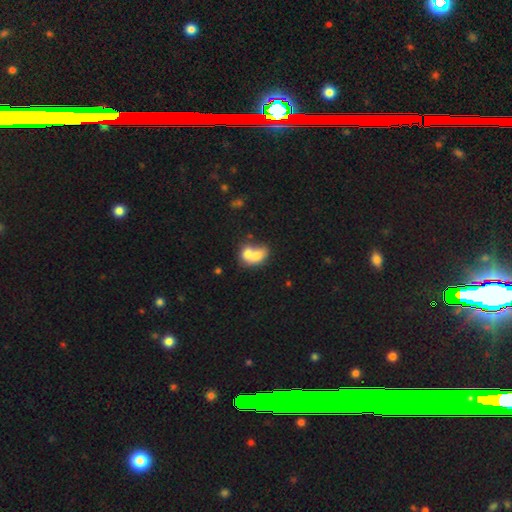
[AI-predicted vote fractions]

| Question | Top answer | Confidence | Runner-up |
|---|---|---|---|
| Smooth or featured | smooth | 69% | featured or disk (23%) |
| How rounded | in between | 68% | round (31%) |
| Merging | merger | 72% | none (16%) |